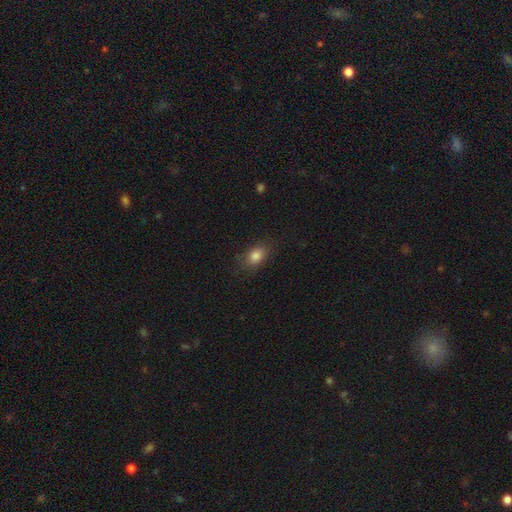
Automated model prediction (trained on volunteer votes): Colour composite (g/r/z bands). It shows a smooth galaxy with no disk features (84%) that is in between round and cigar-shaped (75%). Merging: none (77%).